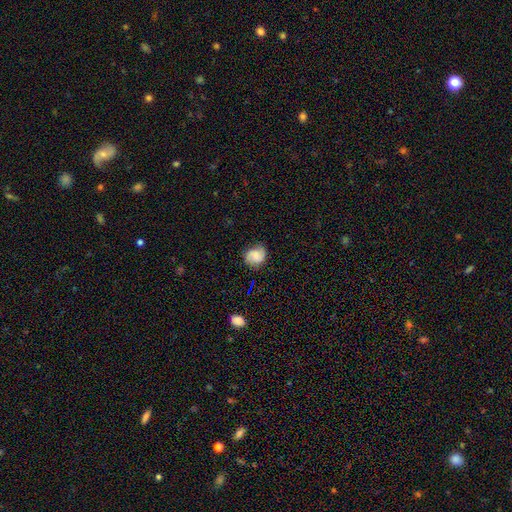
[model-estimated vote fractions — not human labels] The model was most divided on "smooth or featured": smooth: 50%, featured or disk: 41%, star or artifact: 9%. More confident: merging — none (75%); how rounded — round (68%).